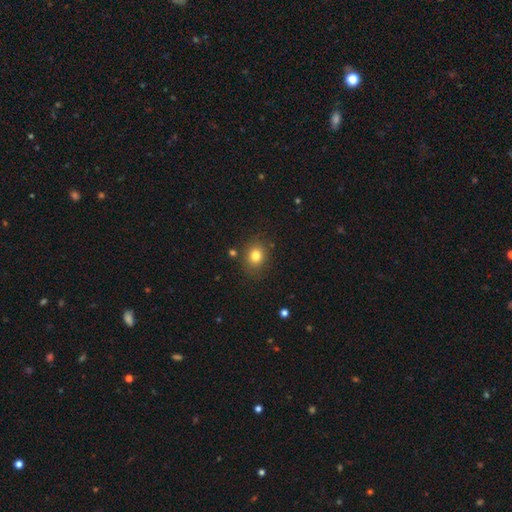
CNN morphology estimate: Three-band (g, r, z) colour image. It shows a smooth galaxy with no disk features (80%) that is round (62%). Merging: none (82%).